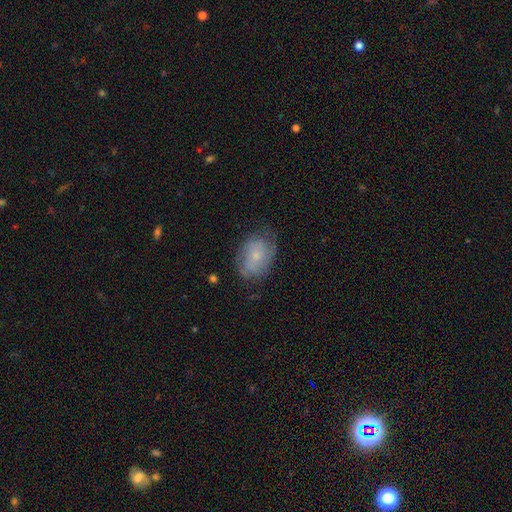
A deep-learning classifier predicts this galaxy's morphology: A featured or disk galaxy (47%). Merging: none (63%).